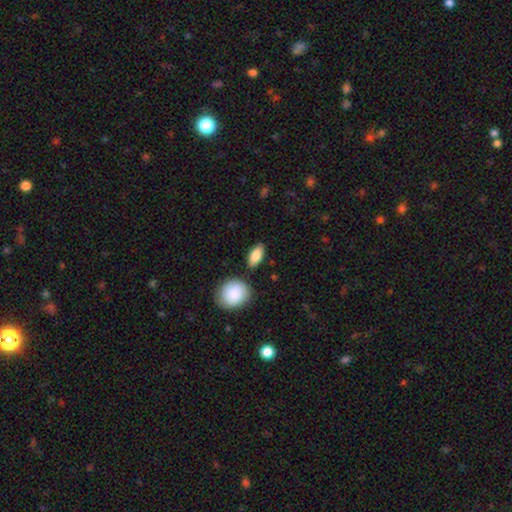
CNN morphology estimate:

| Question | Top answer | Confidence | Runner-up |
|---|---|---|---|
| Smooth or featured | smooth | 86% | featured or disk (8%) |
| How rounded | in between | 87% | cigar-shaped (8%) |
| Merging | none | 81% | minor disturbance (11%) |